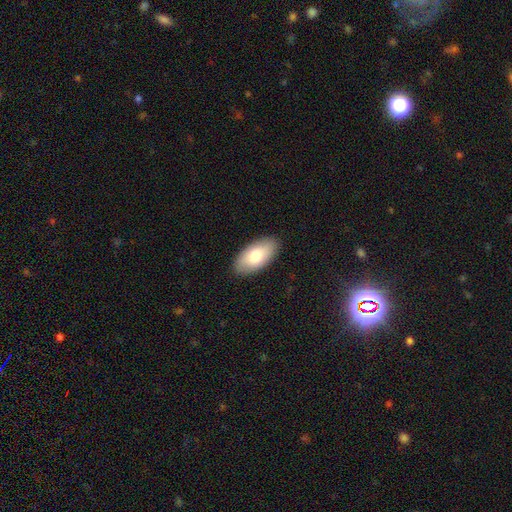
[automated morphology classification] A smooth galaxy with no disk features (77%) that is in between round and cigar-shaped (94%). Merging: none (89%).